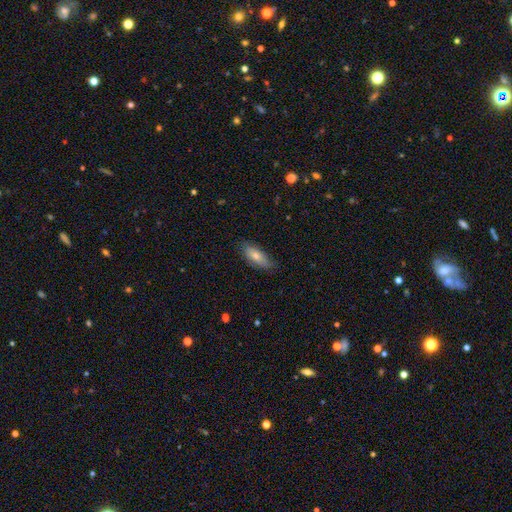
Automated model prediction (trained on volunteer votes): smooth-or-featured: smooth: 71% | featured or disk: 23% | star or artifact: 6%
  how-rounded: in between: 78% | cigar-shaped: 20% | round: 3%
  merging: none: 73% | minor disturbance: 23% | major disturbance: 4% | merger: 1%